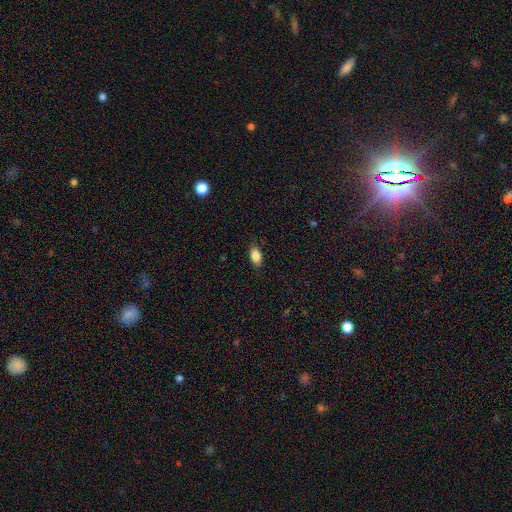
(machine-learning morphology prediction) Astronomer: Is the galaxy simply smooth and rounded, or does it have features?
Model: smooth — 86%.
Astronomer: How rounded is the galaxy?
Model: in between — 90%.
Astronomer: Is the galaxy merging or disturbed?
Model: none — 85%.